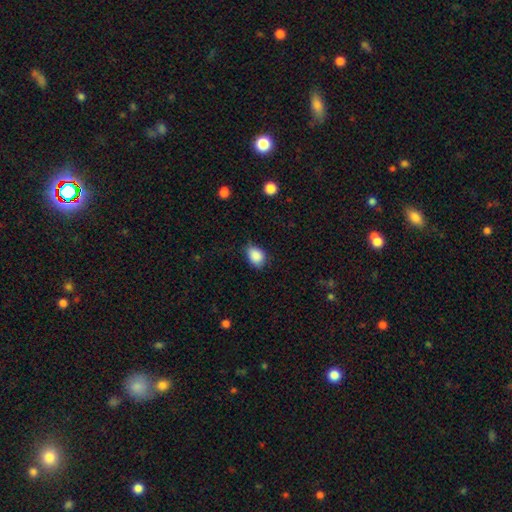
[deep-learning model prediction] Smooth or featured? smooth (88%)
How rounded? in between (74%)
Merging? none (68%)